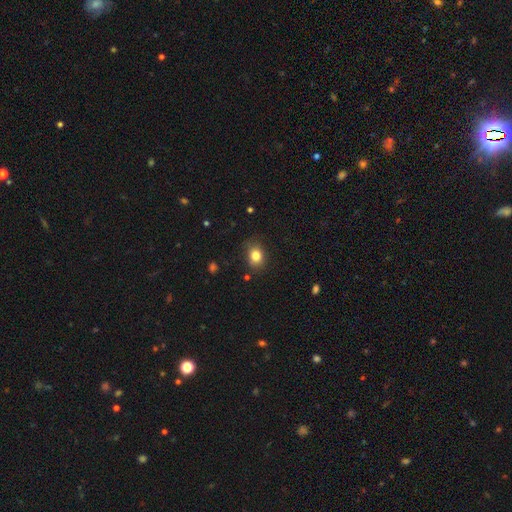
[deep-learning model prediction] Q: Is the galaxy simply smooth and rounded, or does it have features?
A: smooth — 82%.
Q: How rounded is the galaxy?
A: round — 52%.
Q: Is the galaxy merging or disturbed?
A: none — 81%.